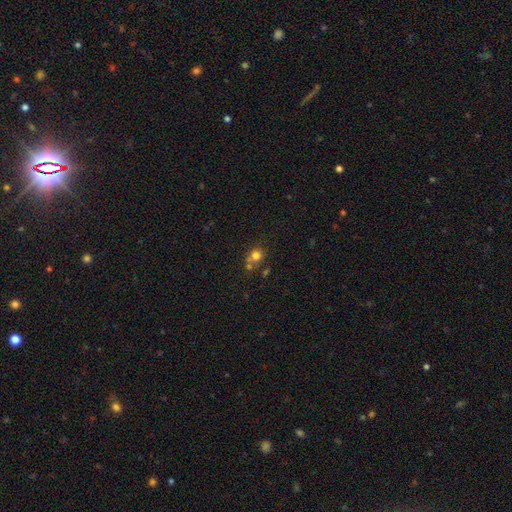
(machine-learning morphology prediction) smooth-or-featured: smooth: 74% | star or artifact: 15% | featured or disk: 11%
  how-rounded: round: 80% | in between: 19% | cigar-shaped: 1%
  merging: none: 49% | merger: 35% | minor disturbance: 11% | major disturbance: 5%